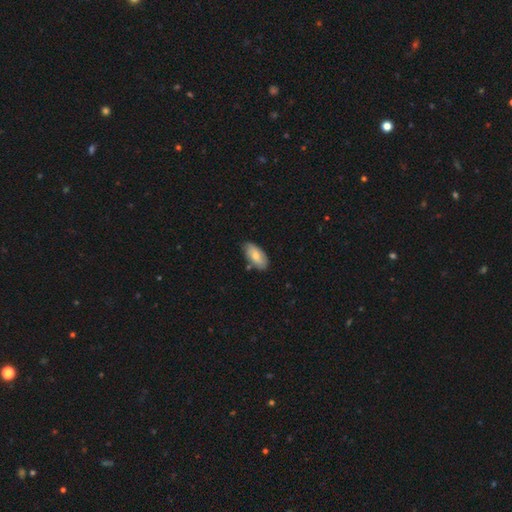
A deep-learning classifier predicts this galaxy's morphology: A smooth galaxy with no disk features (71%) that is in between round and cigar-shaped (92%).

Vote fractions:
- Smooth or featured? smooth: 71% / featured or disk: 23% / star or artifact: 6%
- How rounded? in between: 92% / cigar-shaped: 6% / round: 2%
- Merging? none: 75% / minor disturbance: 19% / merger: 4% / major disturbance: 3%